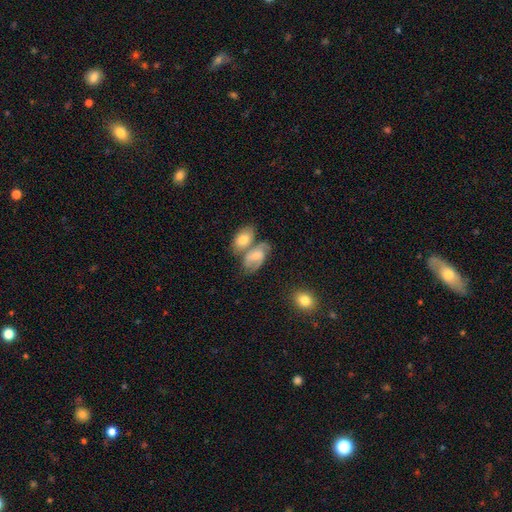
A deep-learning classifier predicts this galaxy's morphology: Smooth or featured? Predicted: featured or disk (p=0.51). Edge-on disk? Predicted: no (p=0.95). Merging? Predicted: merger (p=0.44).